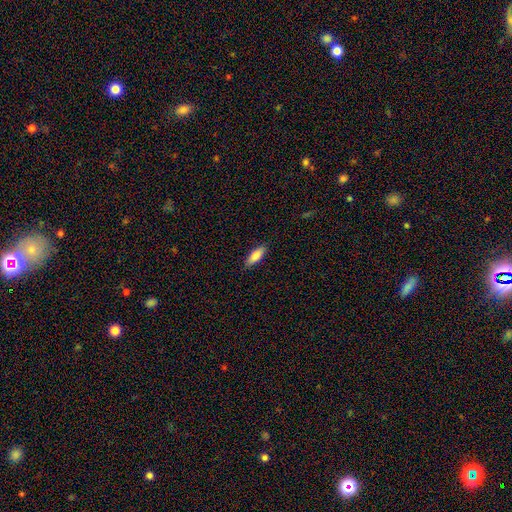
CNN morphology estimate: smooth 81%, featured or disk 13%, star or artifact 6%. Down the decision tree: how rounded — in between (66%); merging — none (87%).